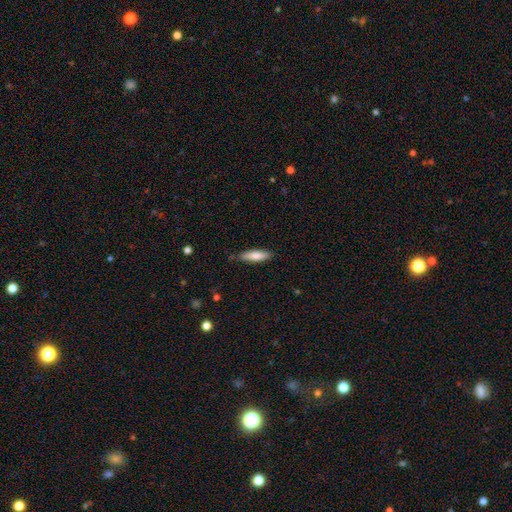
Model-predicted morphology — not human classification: The model was most divided on "how rounded": cigar-shaped: 61%, in between: 37%, round: 2%. More confident: merging — none (84%); smooth or featured — smooth (76%).